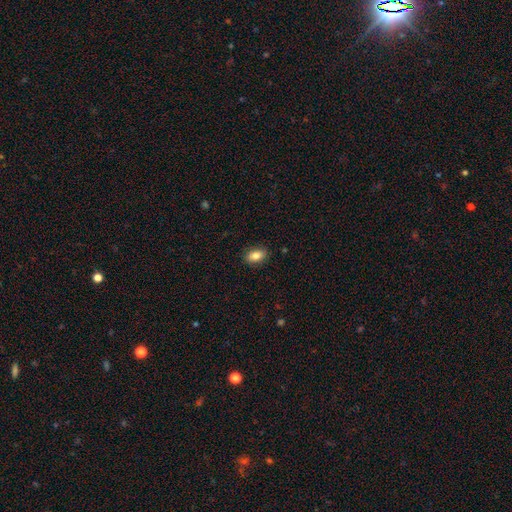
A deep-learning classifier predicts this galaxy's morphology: A smooth galaxy with no disk features (83%) that is in between round and cigar-shaped (87%).

Vote fractions:
- Smooth or featured? smooth: 83% / featured or disk: 9% / star or artifact: 8%
- How rounded? in between: 87% / round: 10% / cigar-shaped: 2%
- Merging? none: 88% / minor disturbance: 9% / major disturbance: 2% / merger: 1%